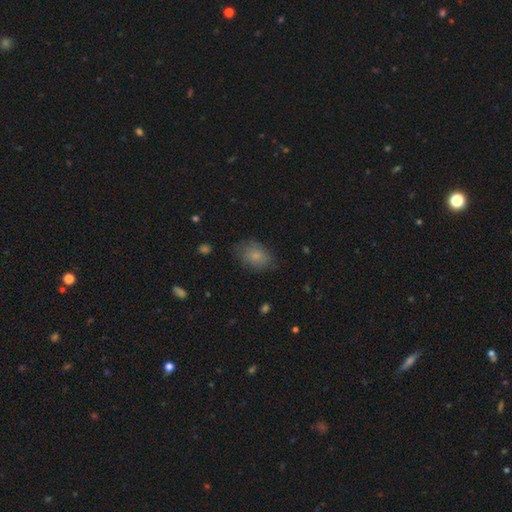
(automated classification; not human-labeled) Smooth or featured? Predicted: smooth (p=0.79). How rounded? Predicted: in between (p=0.75). Merging? Predicted: none (p=0.71).